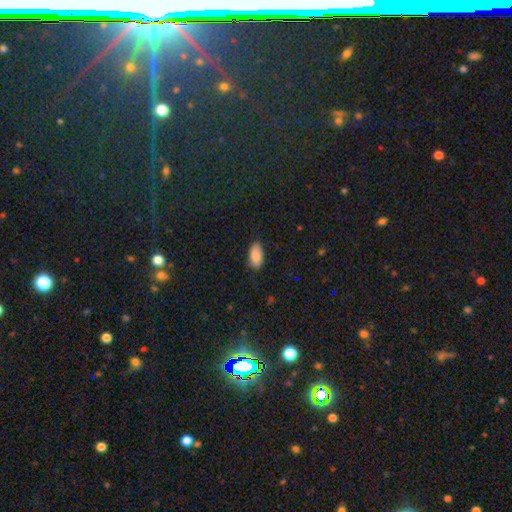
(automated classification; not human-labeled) The model was most divided on "merging": none: 81%, minor disturbance: 15%, major disturbance: 3%, merger: 1%. More confident: how rounded — in between (93%); smooth or featured — smooth (87%).